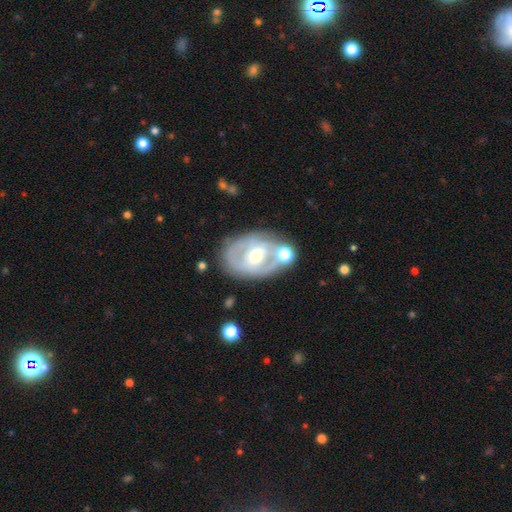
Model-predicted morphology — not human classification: Overall: featured or disk (73%). Edge-on disk: no (95%). Bar: weak (40%; no 37%). Spiral arms: yes (60%; no 40%). Bulge size: moderate (62%; small 31%). Merging: none (61%).